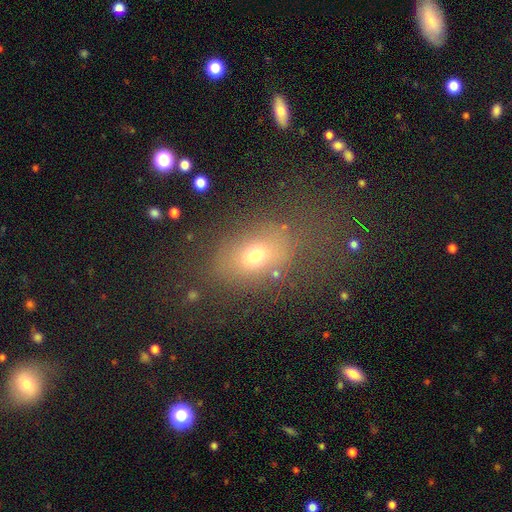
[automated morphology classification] Smooth or featured? smooth (67%)
How rounded? in between (70%)
Merging? none (62%)